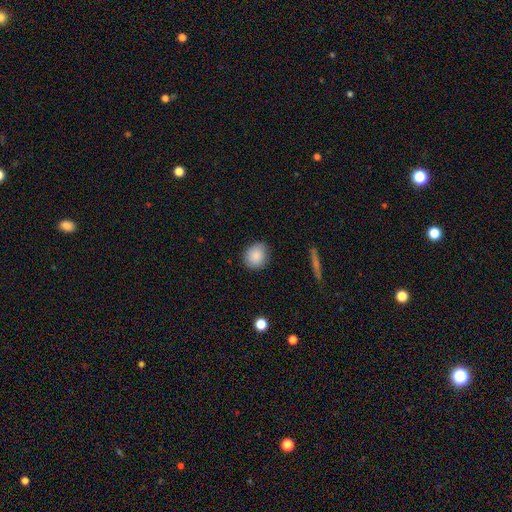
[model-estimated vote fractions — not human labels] Smooth or featured: smooth — 87% (star or artifact — 8%)
How rounded: round — 77% (in between — 21%)
Merging: none — 85% (minor disturbance — 11%)